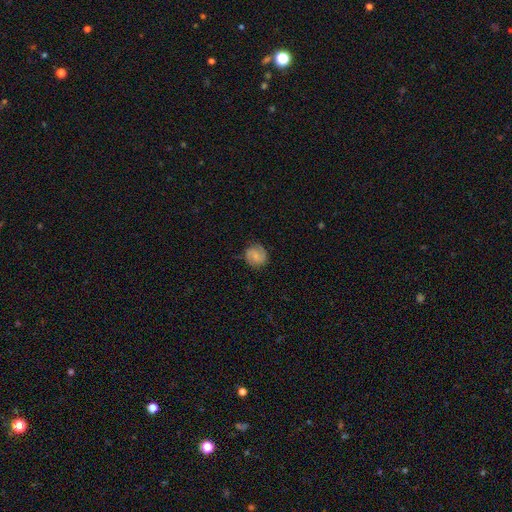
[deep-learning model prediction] featured or disk 54%, smooth 39%, star or artifact 8%. Down the decision tree: edge-on disk — no (98%); bar — no (49%); spiral arms — yes (92%); bulge size — small (48%); merging — none (82%).